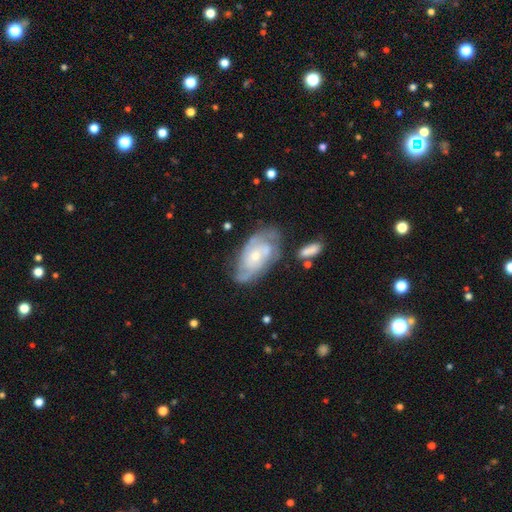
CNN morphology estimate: Smooth or featured? Predicted: featured or disk (p=0.78). Edge-on disk? Predicted: no (p=0.95). Bar? Predicted: no (p=0.70). Spiral arms? Predicted: yes (p=0.90). Spiral winding? Predicted: tight (p=0.54). Spiral arm count? Predicted: 2 (p=0.40). Bulge size? Predicted: small (p=0.53). Merging? Predicted: none (p=0.59).